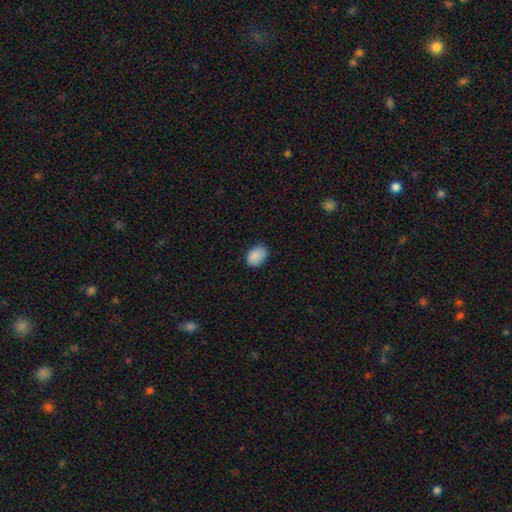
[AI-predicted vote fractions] Q: Smooth or featured?
A: smooth (89%); runner-up: star or artifact (7%)
Q: How rounded?
A: in between (84%); runner-up: round (15%)
Q: Merging?
A: none (81%); runner-up: minor disturbance (16%)